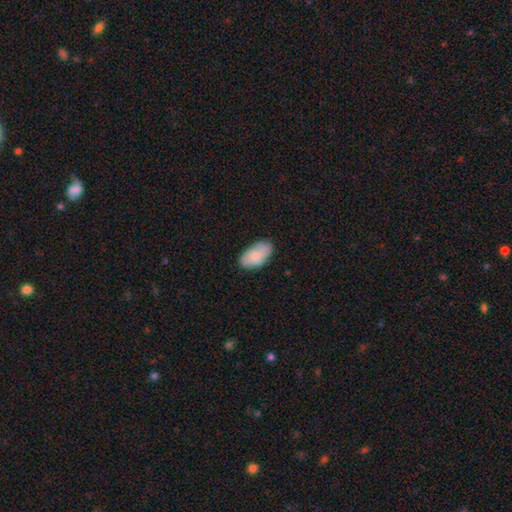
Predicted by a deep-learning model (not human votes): Smooth or featured: smooth — 79% (featured or disk — 15%)
How rounded: in between — 95% (round — 3%)
Merging: none — 82% (minor disturbance — 15%)